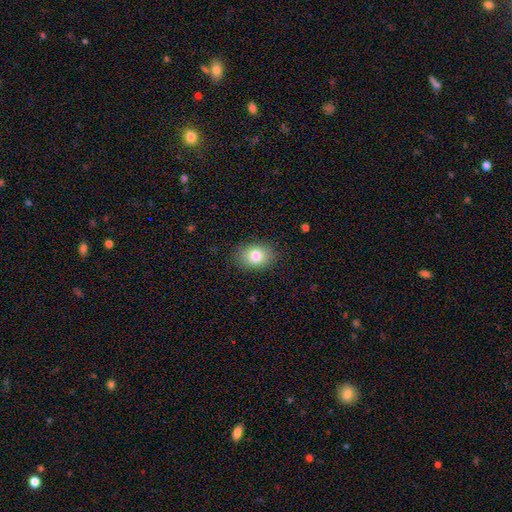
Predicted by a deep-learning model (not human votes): This is clearly a smooth galaxy (82%). How rounded: likely in between (72%). Merging: clearly none (87%).